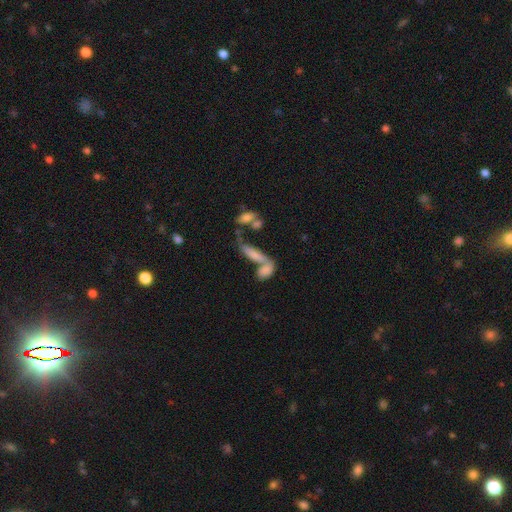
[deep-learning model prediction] Smooth or featured?
  - smooth: 58% *
  - featured or disk: 29%
  - star or artifact: 13%
How rounded?
  - cigar-shaped: 49% *
  - in between: 47%
  - round: 4%
Merging?
  - merger: 56% *
  - none: 28%
  - minor disturbance: 9%
  - major disturbance: 7%